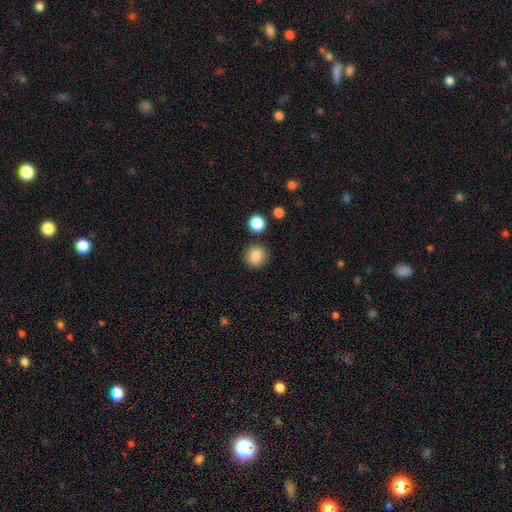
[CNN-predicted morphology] A smooth galaxy with no disk features (87%) that is round (89%). Merging: none (87%).